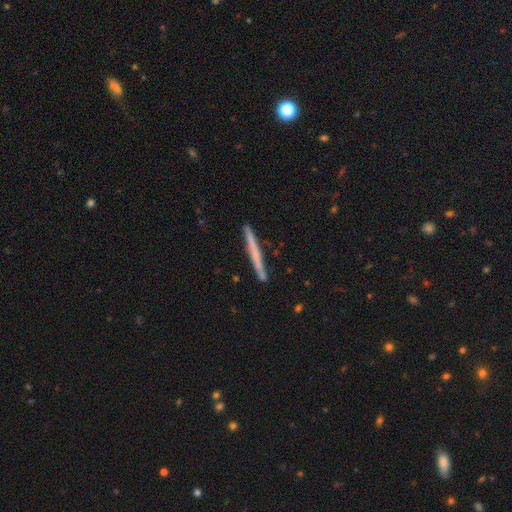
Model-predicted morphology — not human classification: Overall: smooth (50%; featured or disk 44%). How rounded: cigar-shaped (97%). Merging: none (87%).